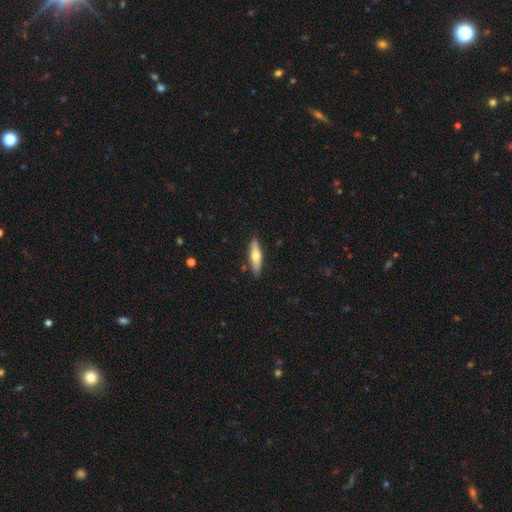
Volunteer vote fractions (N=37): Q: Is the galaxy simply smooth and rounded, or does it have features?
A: smooth — 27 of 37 (73%).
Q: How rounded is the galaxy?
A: cigar-shaped — 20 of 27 (74%).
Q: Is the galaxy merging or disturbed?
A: none — 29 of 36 (81%).